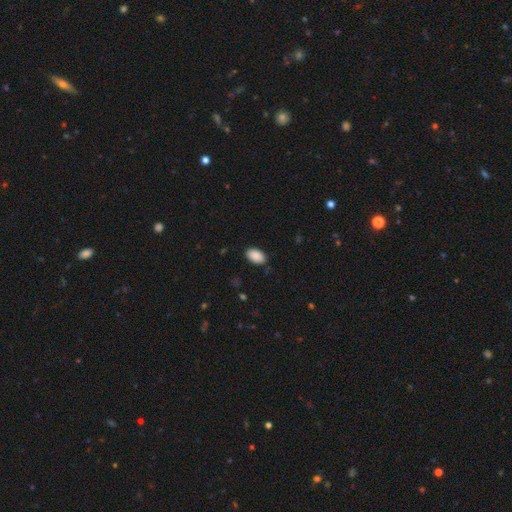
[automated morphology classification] Overall: smooth (90%). How rounded: in between (93%). Merging: none (86%).